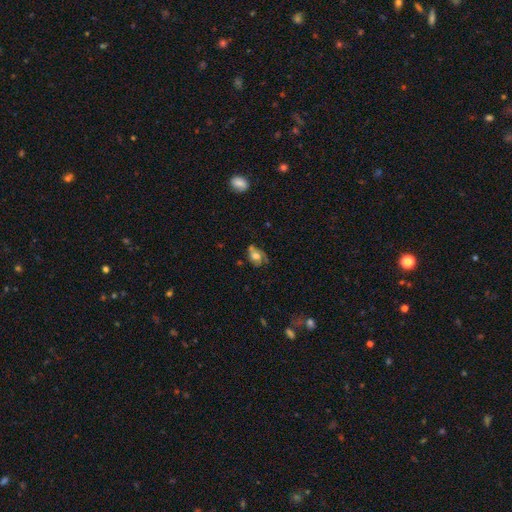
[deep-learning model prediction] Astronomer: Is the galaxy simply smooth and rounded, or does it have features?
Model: smooth — 48% (runner-up: featured or disk, 42%).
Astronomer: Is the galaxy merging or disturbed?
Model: none — 45% (runner-up: minor disturbance, 31%).